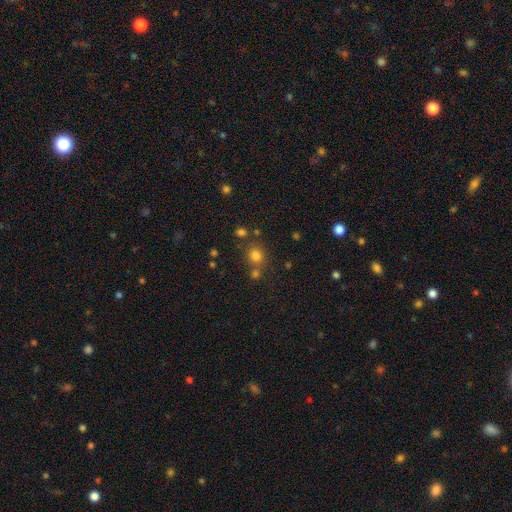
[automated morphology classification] smooth_or_featured: smooth (p=0.77) [alt: star or artifact p=0.17]
how_rounded: round (p=0.83) [alt: in between p=0.16]
merging: none (p=0.66) [alt: merger p=0.20]